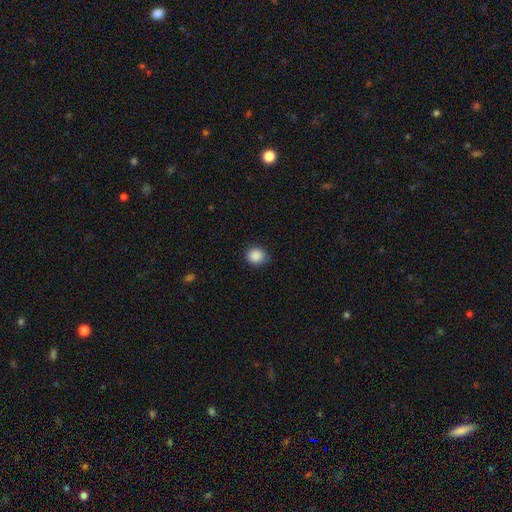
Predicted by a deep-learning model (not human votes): A smooth galaxy with no disk features (89%) that is round (74%).

Vote fractions:
- Smooth or featured? smooth: 89% / star or artifact: 9% / featured or disk: 3%
- How rounded? round: 74% / in between: 25% / cigar-shaped: 1%
- Merging? none: 84% / minor disturbance: 13% / major disturbance: 3% / merger: 1%